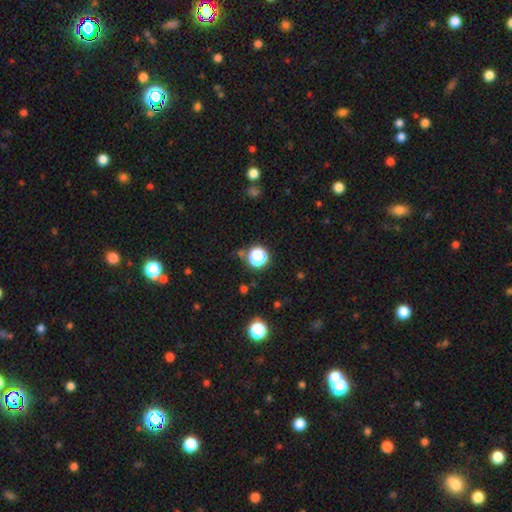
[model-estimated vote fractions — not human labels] smooth_or_featured: smooth (p=0.55) [alt: star or artifact p=0.38]
how_rounded: round (p=0.87) [alt: in between p=0.11]
merging: none (p=0.76) [alt: minor disturbance p=0.12]